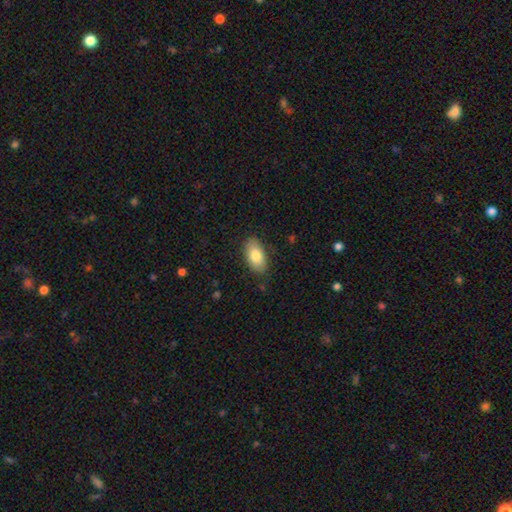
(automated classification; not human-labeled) A smooth galaxy with no disk features (81%) that is in between round and cigar-shaped (94%).

Vote fractions:
- Smooth or featured? smooth: 81% / featured or disk: 12% / star or artifact: 7%
- How rounded? in between: 94% / round: 4% / cigar-shaped: 3%
- Merging? none: 83% / minor disturbance: 13% / major disturbance: 3% / merger: 1%